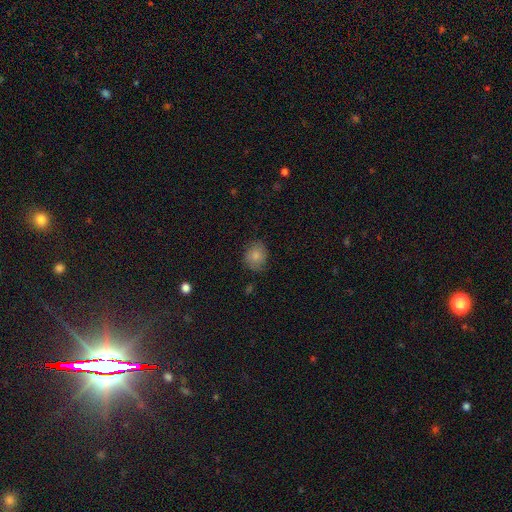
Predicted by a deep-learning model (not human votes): Morphology: type=smooth (82%); roundness=round (62%); merging=none (78%).